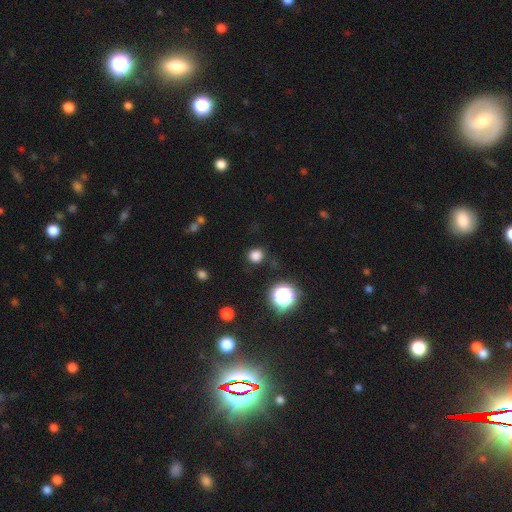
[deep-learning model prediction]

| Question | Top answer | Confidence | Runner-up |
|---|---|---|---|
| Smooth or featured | smooth | 79% | star or artifact (17%) |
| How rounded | round | 88% | in between (11%) |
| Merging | none | 86% | minor disturbance (9%) |